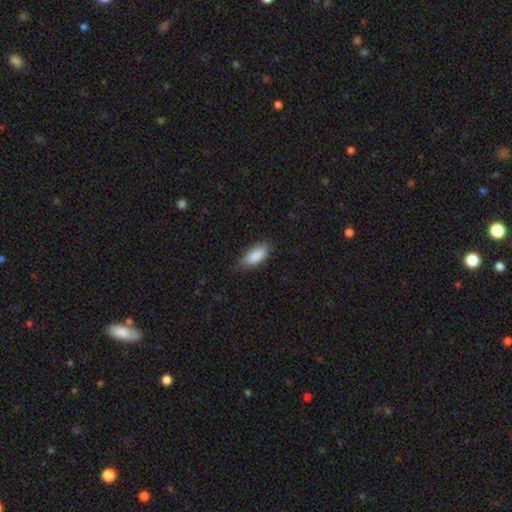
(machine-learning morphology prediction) Smooth or featured? Predicted: smooth (p=0.88). How rounded? Predicted: in between (p=0.82). Merging? Predicted: none (p=0.77).